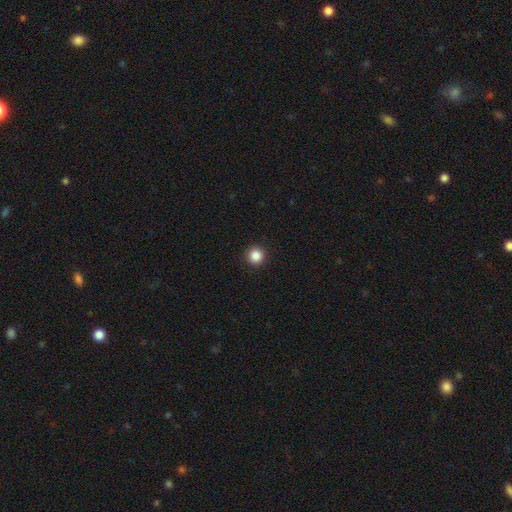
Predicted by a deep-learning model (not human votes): A smooth galaxy with no disk features (87%) that is round (94%).

Vote fractions:
- Smooth or featured? smooth: 87% / star or artifact: 10% / featured or disk: 3%
- How rounded? round: 94% / in between: 5% / cigar-shaped: 1%
- Merging? none: 93% / minor disturbance: 4% / major disturbance: 2% / merger: 1%